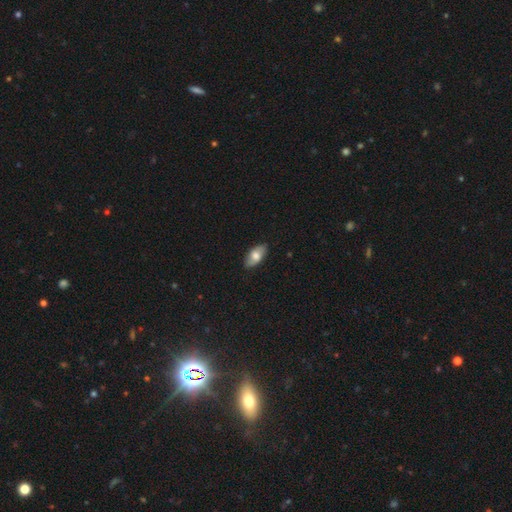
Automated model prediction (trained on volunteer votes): Smooth or featured?
  - smooth: 73% *
  - featured or disk: 21%
  - star or artifact: 6%
How rounded?
  - in between: 91% *
  - cigar-shaped: 6%
  - round: 3%
Merging?
  - none: 87% *
  - minor disturbance: 10%
  - major disturbance: 2%
  - merger: 1%